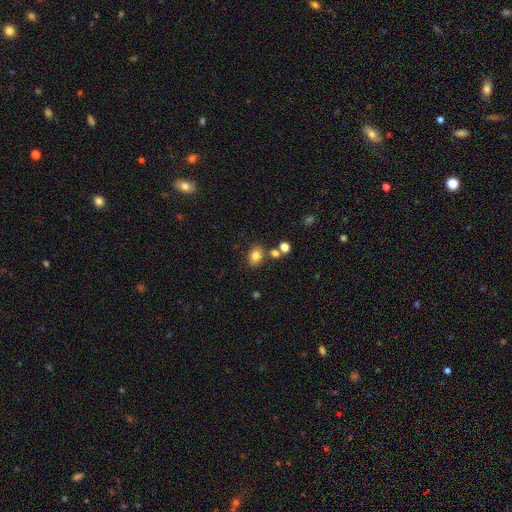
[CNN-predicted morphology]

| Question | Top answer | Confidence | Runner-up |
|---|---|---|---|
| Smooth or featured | smooth | 80% | star or artifact (11%) |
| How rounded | in between | 72% | round (27%) |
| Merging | none | 74% | minor disturbance (12%) |